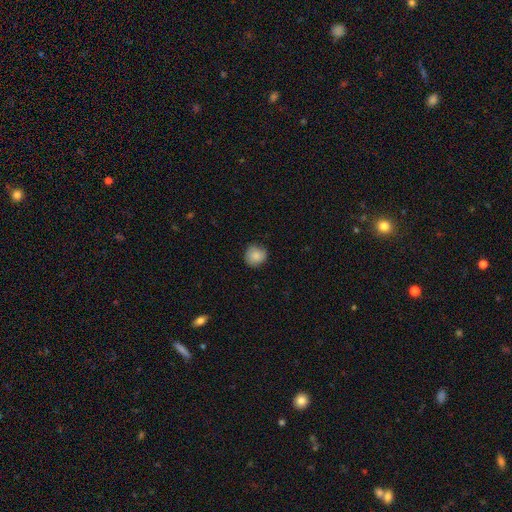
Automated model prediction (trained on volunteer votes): A smooth galaxy with no disk features (85%) that is round (88%). Merging: none (81%).